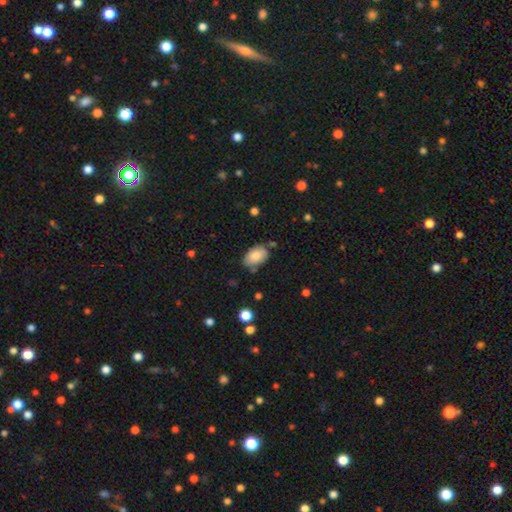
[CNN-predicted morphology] This appears to be a smooth galaxy with no disk features (82%) that is in between round and cigar-shaped (89%). Merging: none (68%).